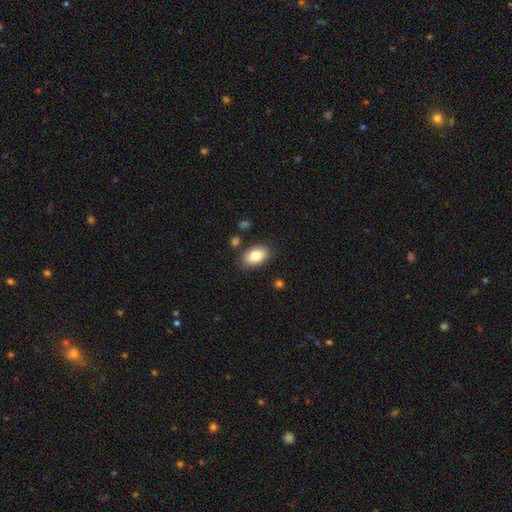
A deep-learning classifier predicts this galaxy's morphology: This appears to be a smooth galaxy with no disk features (81%) that is in between round and cigar-shaped (91%). Merging: none (84%).